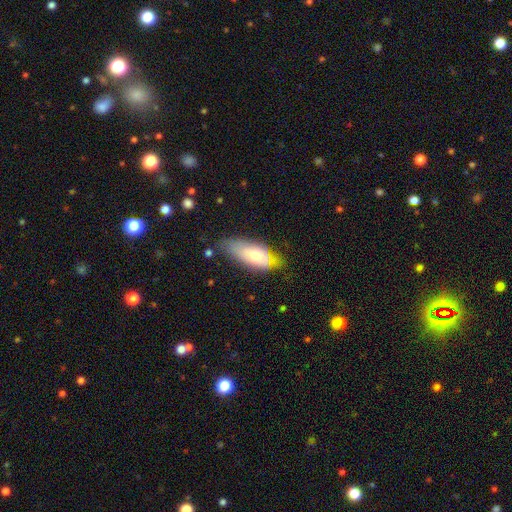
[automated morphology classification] smooth-or-featured: smooth: 69% | featured or disk: 25% | star or artifact: 7%
  how-rounded: in between: 77% | cigar-shaped: 21% | round: 2%
  merging: none: 56% | minor disturbance: 32% | major disturbance: 9% | merger: 4%